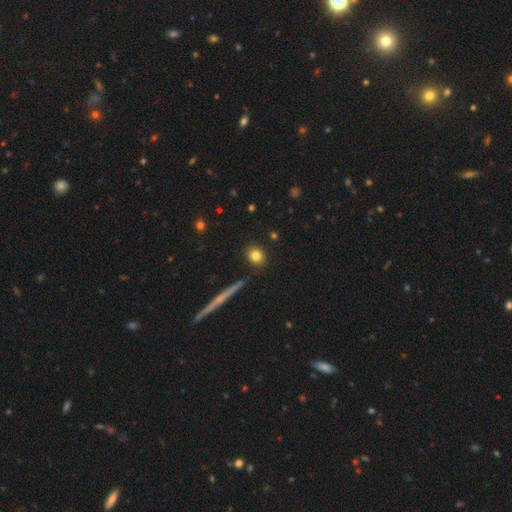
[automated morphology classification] smooth-or-featured: smooth: 82% | star or artifact: 10% | featured or disk: 9%
  how-rounded: round: 72% | in between: 25% | cigar-shaped: 3%
  merging: none: 88% | minor disturbance: 7% | merger: 3% | major disturbance: 2%